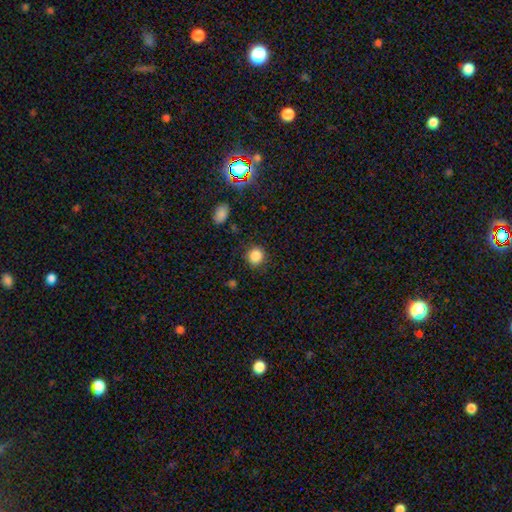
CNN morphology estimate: A smooth galaxy with no disk features (86%) that is round (87%). Merging: none (86%).